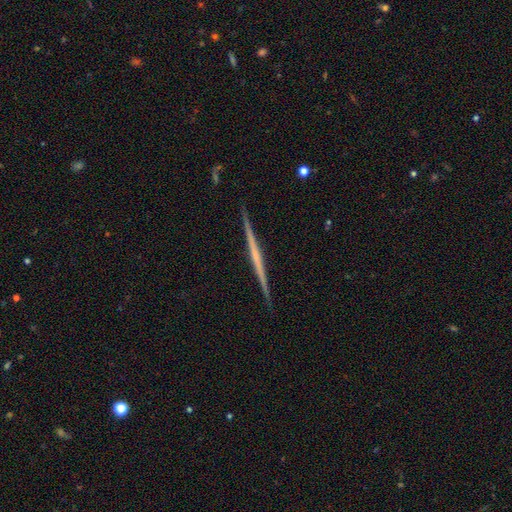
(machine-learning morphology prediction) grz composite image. It shows a featured or disk galaxy (73%) viewed edge-on (98%) with no central bulge (77%). Merging: none (92%).